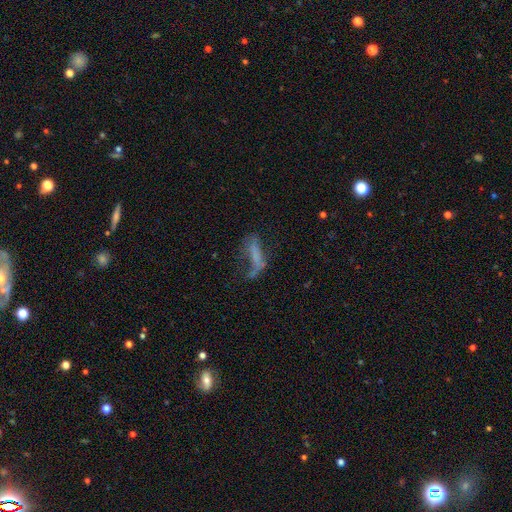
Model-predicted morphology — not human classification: Smooth or featured?
  - smooth: 45% *
  - featured or disk: 40%
  - star or artifact: 15%
Merging?
  - major disturbance: 41% *
  - none: 29%
  - minor disturbance: 21%
  - merger: 9%